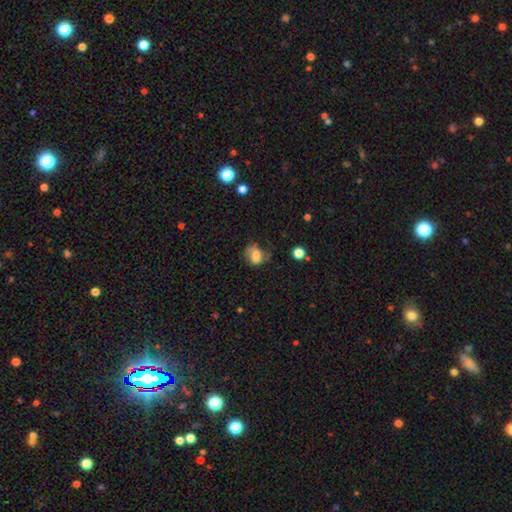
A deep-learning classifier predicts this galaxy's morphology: Smooth or featured: smooth — 55% (featured or disk — 34%)
How rounded: in between — 56% (round — 42%)
Merging: none — 44% (minor disturbance — 29%)